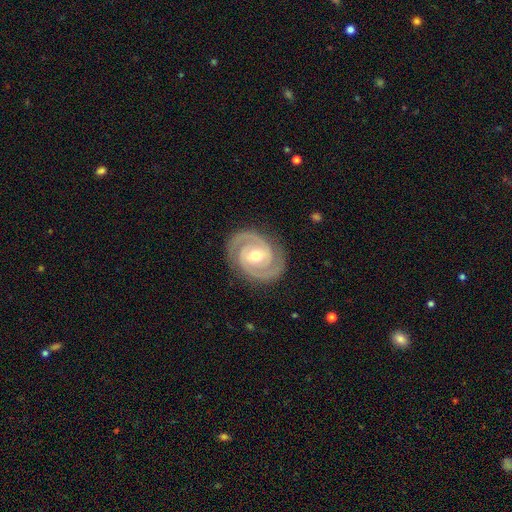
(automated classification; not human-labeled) smooth-or-featured: featured or disk: 93% | star or artifact: 4% | smooth: 4%
  disk-edge-on: no: 98% | yes: 2%
    bar: weak: 45% | strong: 28% | no: 26%
    has-spiral-arms: yes: 98% | no: 2%
      spiral-winding: tight: 66% | medium: 30% | loose: 3%
      spiral-arm-count: 2: 93% | 3: 2% | can't tell: 2% | 1: 1% | 4: 1% | more than 4: 1%
    bulge-size: moderate: 66% | small: 28% | large: 3% | none: 1% | dominant: 1%
  merging: none: 87% | minor disturbance: 10% | major disturbance: 3% | merger: 1%